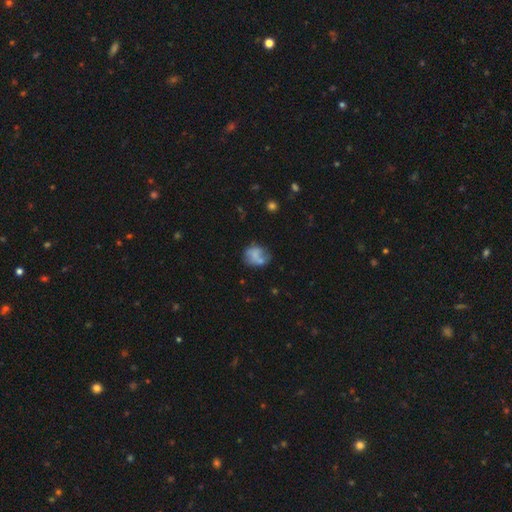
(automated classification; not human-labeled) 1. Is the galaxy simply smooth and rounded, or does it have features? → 58% smooth, 32% featured or disk, 10% star or artifact.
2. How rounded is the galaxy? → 56% round, 43% in between, 1% cigar-shaped.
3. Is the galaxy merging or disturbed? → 40% none, 24% merger, 23% minor disturbance, 13% major disturbance.